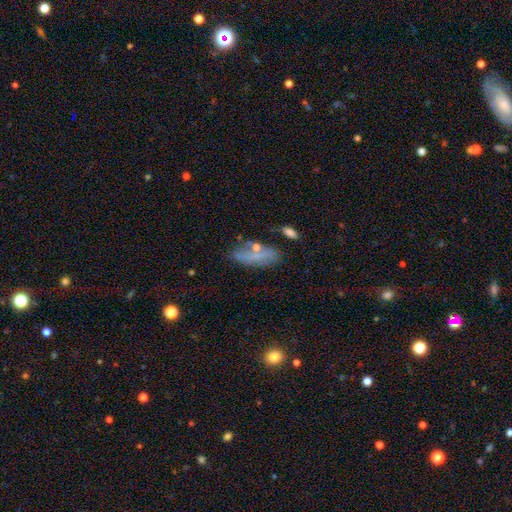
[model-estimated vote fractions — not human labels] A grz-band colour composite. It shows a smooth galaxy with no disk features (49%). Merging: none (66%).